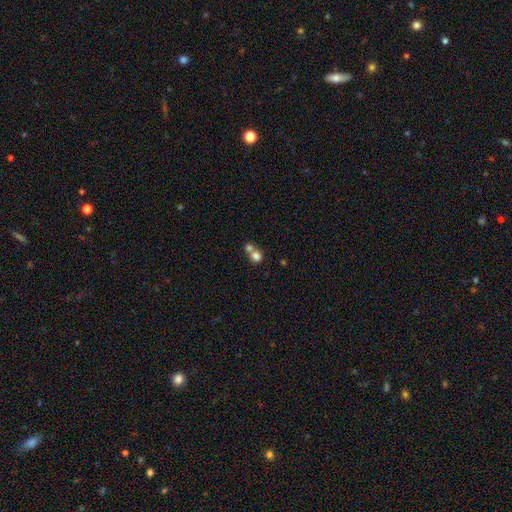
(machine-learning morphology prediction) A smooth galaxy with no disk features (77%) that is round (71%). Merging: merger (61%).